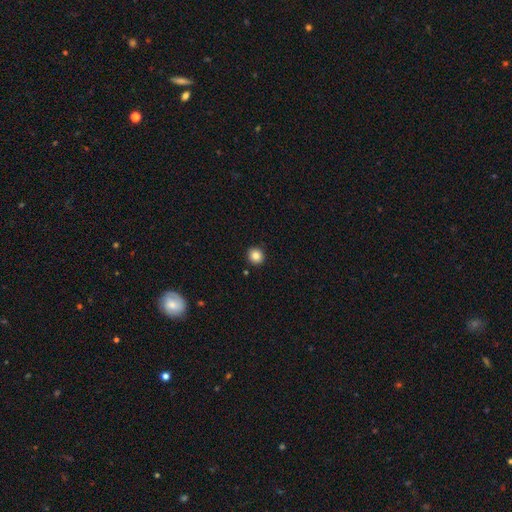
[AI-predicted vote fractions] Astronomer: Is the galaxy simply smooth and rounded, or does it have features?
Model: smooth — 84%.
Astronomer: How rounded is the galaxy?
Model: round — 92%.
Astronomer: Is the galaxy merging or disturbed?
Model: none — 92%.